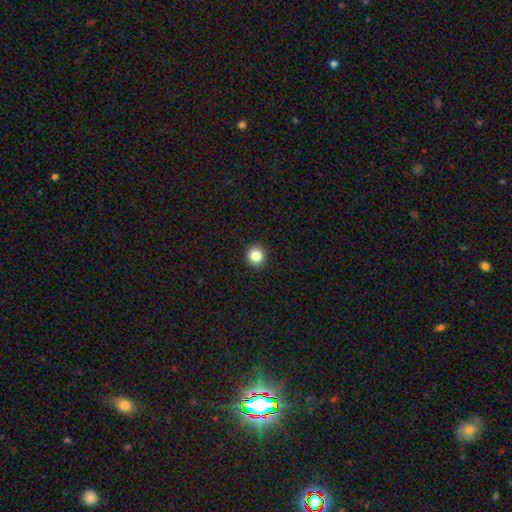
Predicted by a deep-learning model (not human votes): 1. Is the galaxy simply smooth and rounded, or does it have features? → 85% smooth, 11% star or artifact, 5% featured or disk.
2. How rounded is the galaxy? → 91% round, 8% in between, 1% cigar-shaped.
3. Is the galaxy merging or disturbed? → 93% none, 5% minor disturbance, 2% major disturbance, 1% merger.